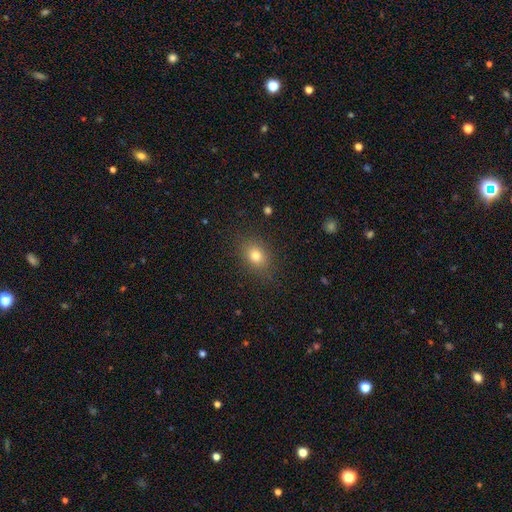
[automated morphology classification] Smooth or featured: smooth — 79% (star or artifact — 12%)
How rounded: in between — 64% (round — 34%)
Merging: none — 84% (minor disturbance — 11%)